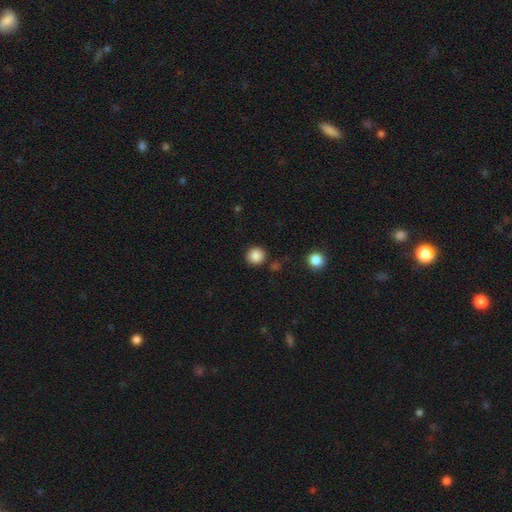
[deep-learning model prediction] Smooth or featured?
  - smooth: 87% *
  - star or artifact: 10%
  - featured or disk: 3%
How rounded?
  - round: 93% *
  - in between: 6%
  - cigar-shaped: 1%
Merging?
  - none: 88% *
  - minor disturbance: 7%
  - merger: 3%
  - major disturbance: 2%